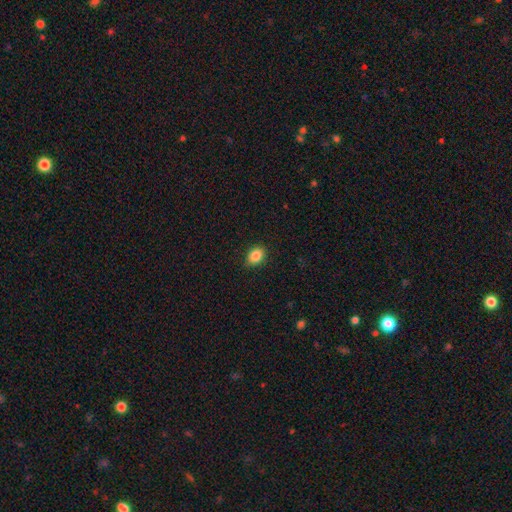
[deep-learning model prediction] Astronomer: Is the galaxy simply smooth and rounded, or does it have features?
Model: smooth — 86%.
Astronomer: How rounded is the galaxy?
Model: in between — 66%.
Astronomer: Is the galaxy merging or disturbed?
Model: none — 87%.